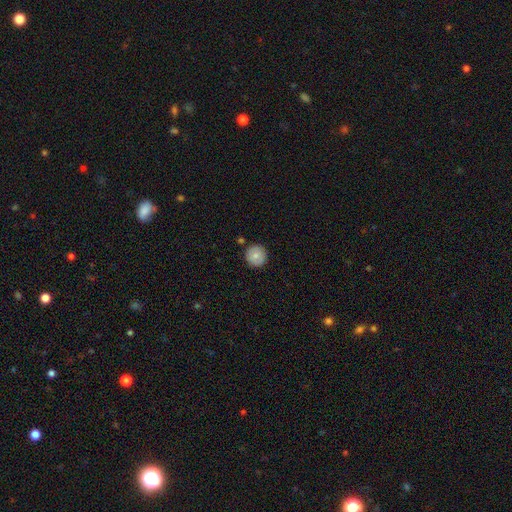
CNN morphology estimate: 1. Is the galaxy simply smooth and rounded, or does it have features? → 77% smooth, 15% featured or disk, 8% star or artifact.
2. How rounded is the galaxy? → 94% round, 5% in between, 1% cigar-shaped.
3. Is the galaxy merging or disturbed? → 88% none, 8% minor disturbance, 3% merger, 2% major disturbance.